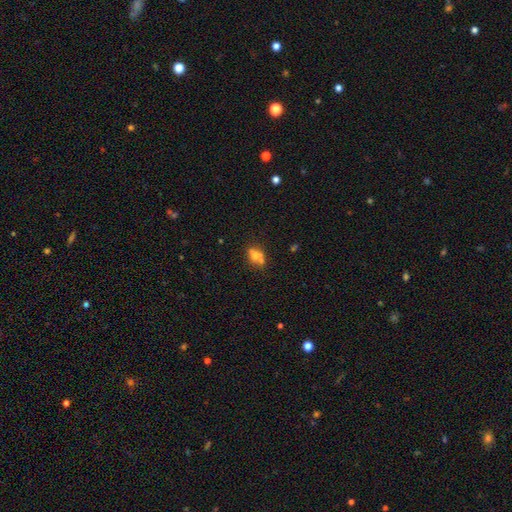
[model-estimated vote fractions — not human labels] This is possibly a smooth galaxy (60%). How rounded: possibly in between (50%). Merging: possibly none (48%).